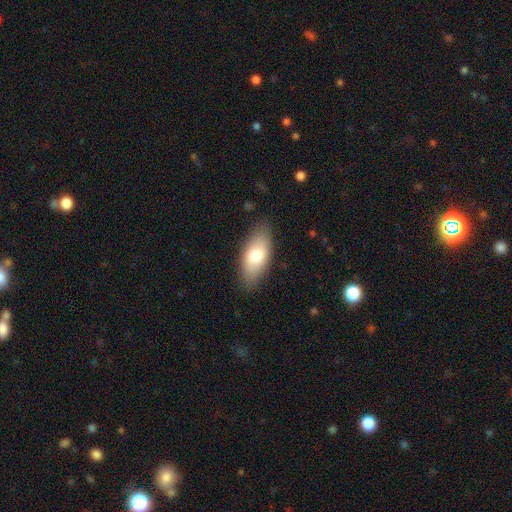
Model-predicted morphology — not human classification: A smooth galaxy with no disk features (75%) that is in between round and cigar-shaped (87%). Merging: none (84%).